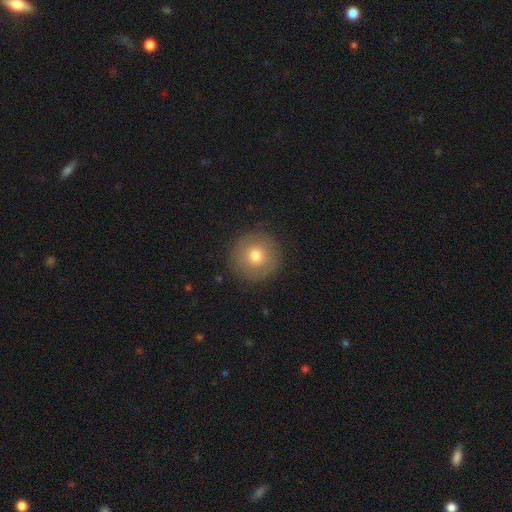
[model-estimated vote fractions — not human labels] Morphology: type=smooth (71%); roundness=round (96%); merging=none (89%).